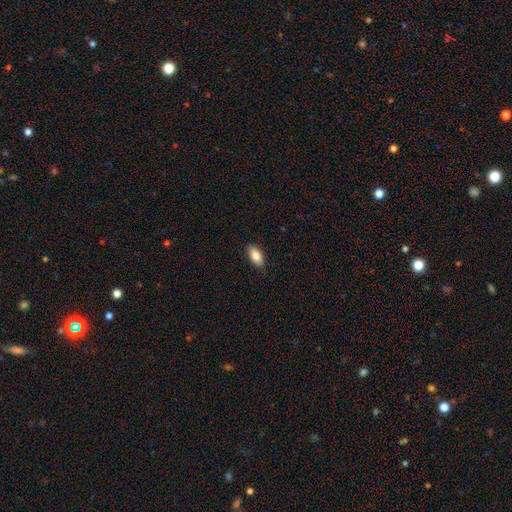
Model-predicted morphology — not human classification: Smooth or featured? Predicted: smooth (p=0.81). How rounded? Predicted: in between (p=0.89). Merging? Predicted: none (p=0.86).